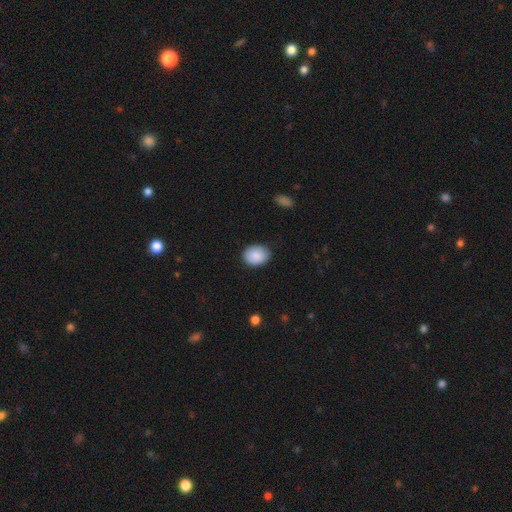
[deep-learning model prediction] The model was most divided on "how rounded": in between: 67%, round: 32%, cigar-shaped: 1%. More confident: smooth or featured — smooth (88%); merging — none (85%).